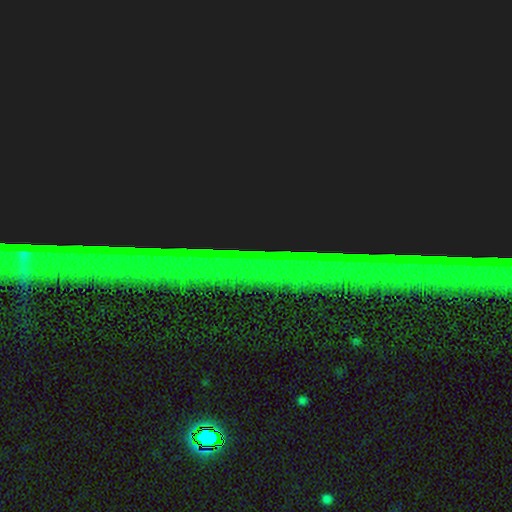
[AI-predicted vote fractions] Q: Smooth or featured?
A: star or artifact (84%); runner-up: featured or disk (9%)